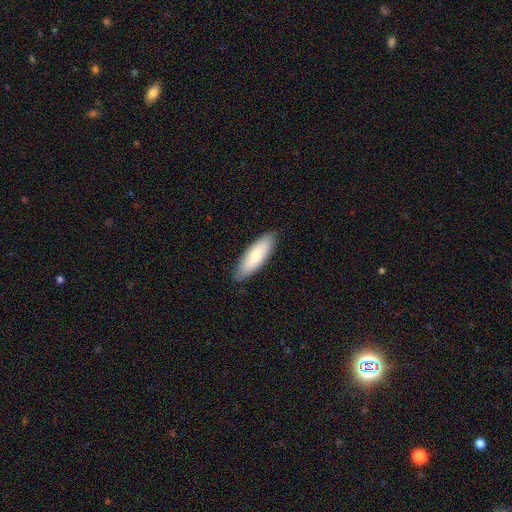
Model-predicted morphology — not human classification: The model was most divided on "how rounded": in between: 50%, cigar-shaped: 49%, round: 1%. More confident: merging — none (87%); smooth or featured — smooth (82%).